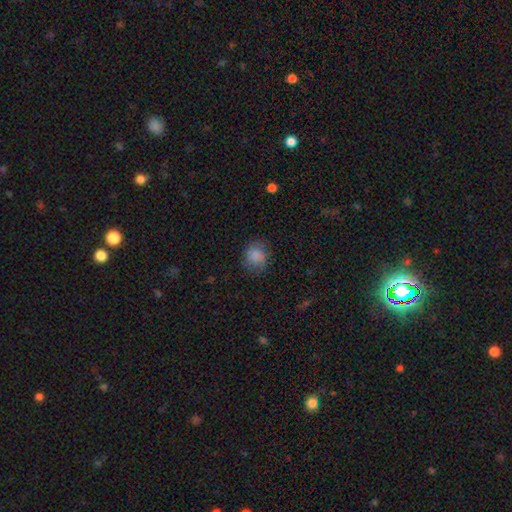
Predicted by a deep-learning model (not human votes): smooth_or_featured: smooth (p=0.83) [alt: star or artifact p=0.09]
how_rounded: round (p=0.76) [alt: in between p=0.23]
merging: none (p=0.73) [alt: minor disturbance p=0.19]